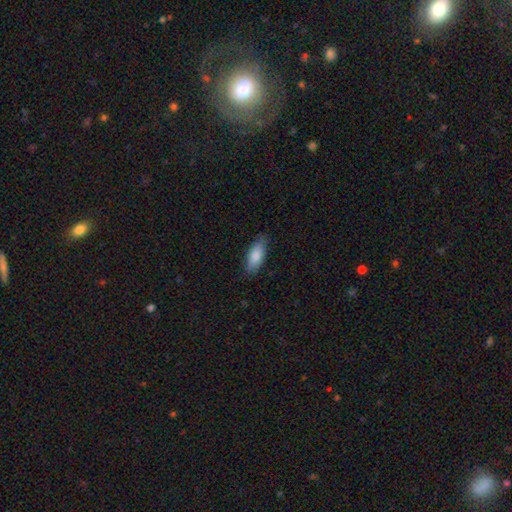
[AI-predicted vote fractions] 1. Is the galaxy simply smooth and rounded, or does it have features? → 83% smooth, 11% featured or disk, 6% star or artifact.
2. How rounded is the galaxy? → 78% in between, 20% cigar-shaped, 2% round.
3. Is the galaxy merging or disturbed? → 79% none, 17% minor disturbance, 3% major disturbance, 1% merger.